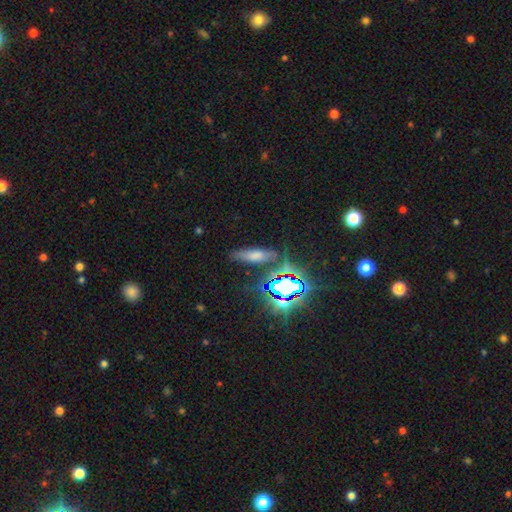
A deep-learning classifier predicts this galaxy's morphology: A smooth galaxy with no disk features (51%) that is cigar-shaped (49%).

Vote fractions:
- Smooth or featured? smooth: 51% / star or artifact: 30% / featured or disk: 19%
- How rounded? cigar-shaped: 49% / in between: 46% / round: 5%
- Merging? none: 75% / minor disturbance: 15% / major disturbance: 6% / merger: 4%